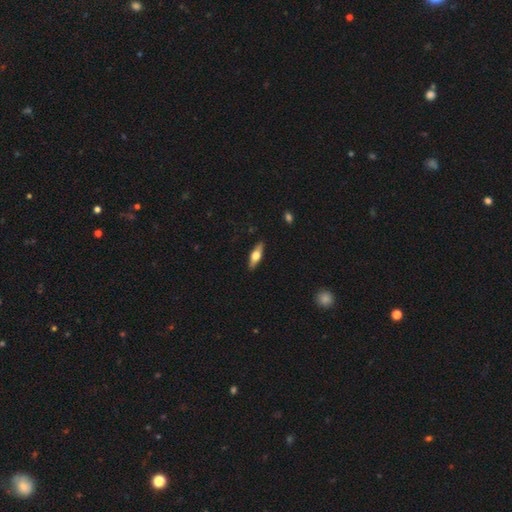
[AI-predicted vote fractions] Smooth or featured? featured or disk (48%)
Merging? none (89%)